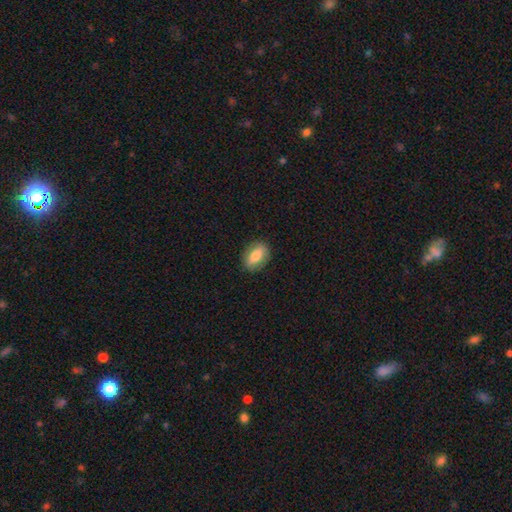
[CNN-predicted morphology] A smooth galaxy with no disk features (71%) that is in between round and cigar-shaped (80%).

Vote fractions:
- Smooth or featured? smooth: 71% / featured or disk: 22% / star or artifact: 7%
- How rounded? in between: 80% / round: 16% / cigar-shaped: 4%
- Merging? none: 86% / minor disturbance: 11% / major disturbance: 3% / merger: 1%